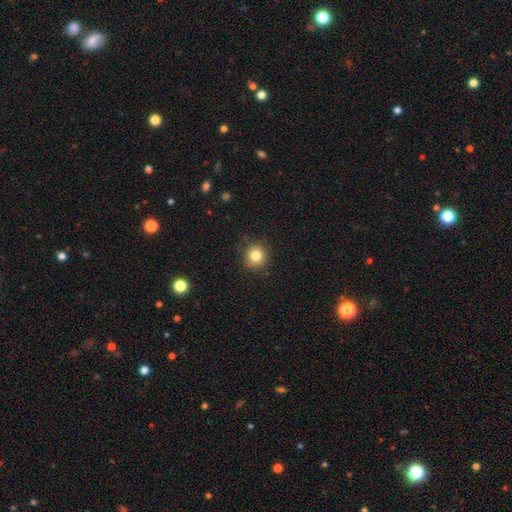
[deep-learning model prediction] Q: Smooth or featured?
A: smooth (81%); runner-up: star or artifact (12%)
Q: How rounded?
A: round (92%); runner-up: in between (7%)
Q: Merging?
A: none (88%); runner-up: minor disturbance (8%)